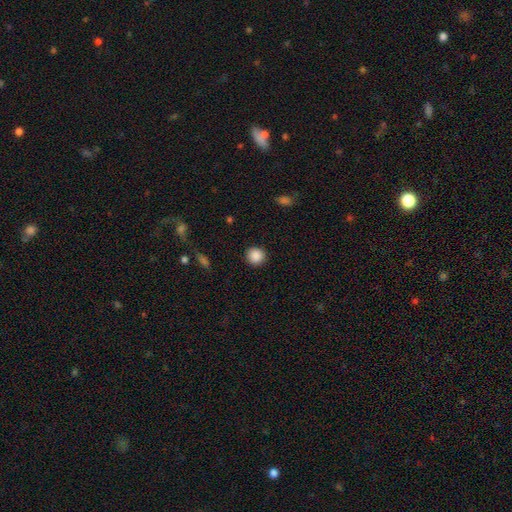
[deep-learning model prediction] smooth_or_featured: smooth (p=0.88) [alt: star or artifact p=0.09]
how_rounded: round (p=0.93) [alt: in between p=0.06]
merging: none (p=0.91) [alt: minor disturbance p=0.06]